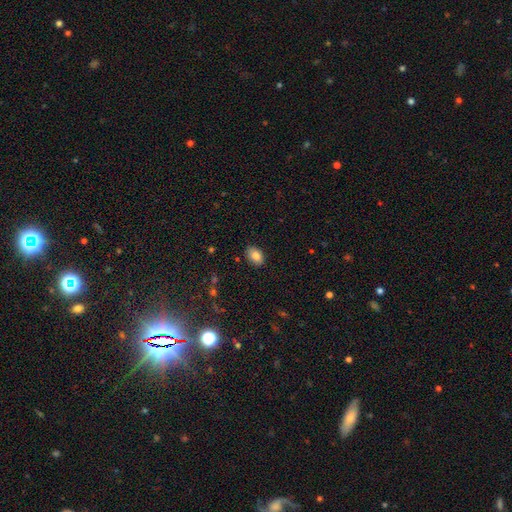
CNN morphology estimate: The model was most divided on "how rounded": in between: 86%, round: 13%, cigar-shaped: 1%. More confident: merging — none (85%); smooth or featured — smooth (85%).